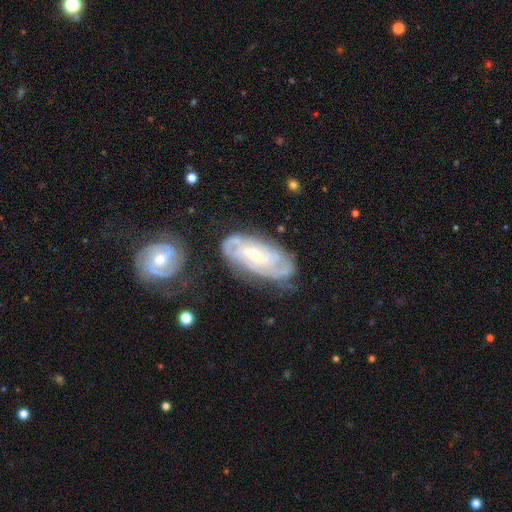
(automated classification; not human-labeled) Overall: featured or disk (84%). Edge-on disk: no (94%). Bar: no (51%; weak 38%). Spiral arms: yes (95%). Spiral arm count: can't tell (37%; 2 23%). Spiral winding: tight (69%). Bulge size: small (61%; moderate 35%). Merging: none (68%).